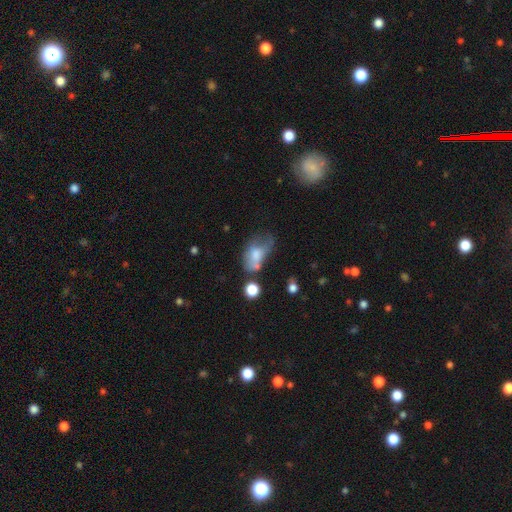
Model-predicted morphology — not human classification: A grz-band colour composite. It shows a smooth galaxy with no disk features (62%) that is in between round and cigar-shaped (87%). Merging: major disturbance (35%).